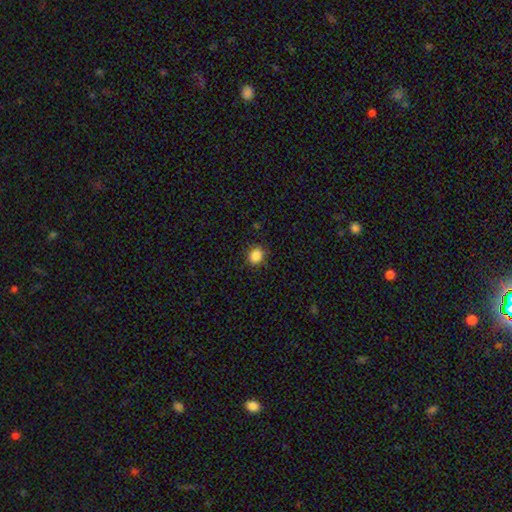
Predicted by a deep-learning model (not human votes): This appears to be a smooth galaxy with no disk features (86%) that is round (71%). Merging: none (86%).